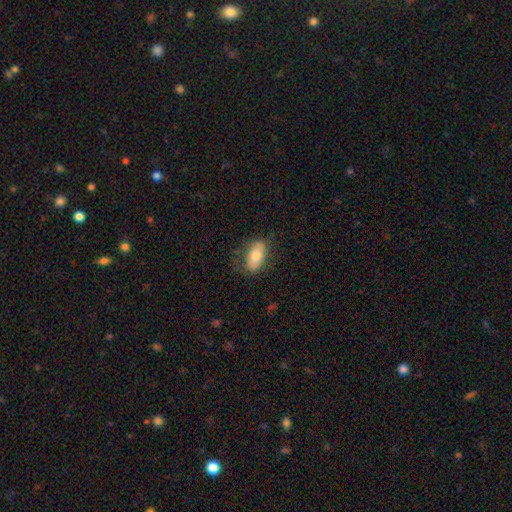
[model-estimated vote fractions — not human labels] Smooth or featured?
  - smooth: 72% *
  - featured or disk: 21%
  - star or artifact: 7%
How rounded?
  - in between: 89% *
  - cigar-shaped: 7%
  - round: 5%
Merging?
  - none: 75% *
  - minor disturbance: 18%
  - major disturbance: 6%
  - merger: 1%